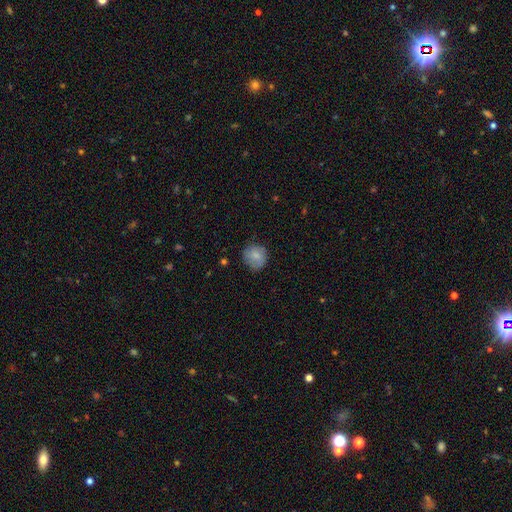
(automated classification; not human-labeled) A smooth galaxy with no disk features (83%) that is round (86%).

Vote fractions:
- Smooth or featured? smooth: 83% / featured or disk: 10% / star or artifact: 7%
- How rounded? round: 86% / in between: 13% / cigar-shaped: 1%
- Merging? none: 79% / minor disturbance: 17% / major disturbance: 4% / merger: 1%